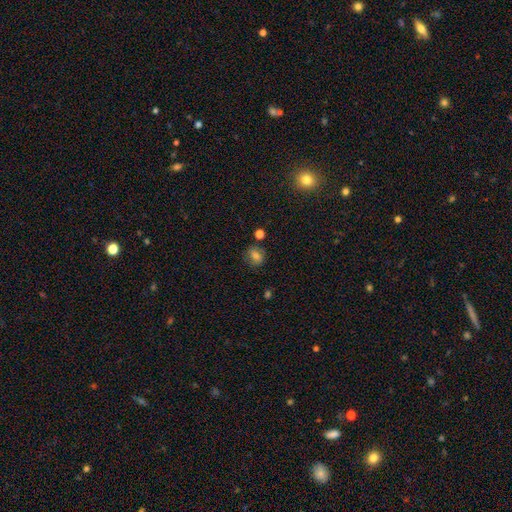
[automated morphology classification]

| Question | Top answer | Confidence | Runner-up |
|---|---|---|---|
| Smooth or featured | smooth | 74% | star or artifact (13%) |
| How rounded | round | 61% | in between (38%) |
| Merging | none | 76% | minor disturbance (15%) |